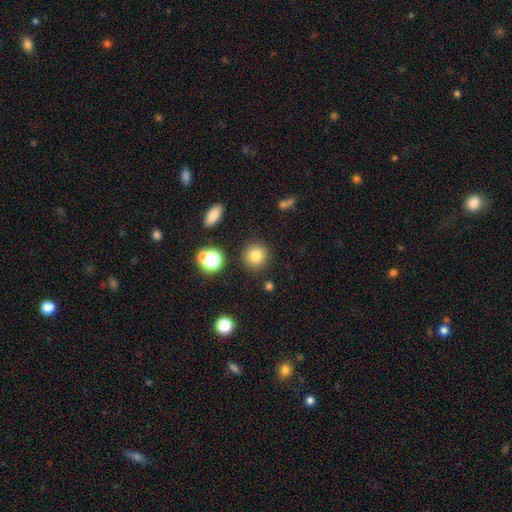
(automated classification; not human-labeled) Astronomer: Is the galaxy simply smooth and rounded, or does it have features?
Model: smooth — 78%.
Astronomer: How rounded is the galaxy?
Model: round — 93%.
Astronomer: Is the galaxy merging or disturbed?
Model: none — 88%.